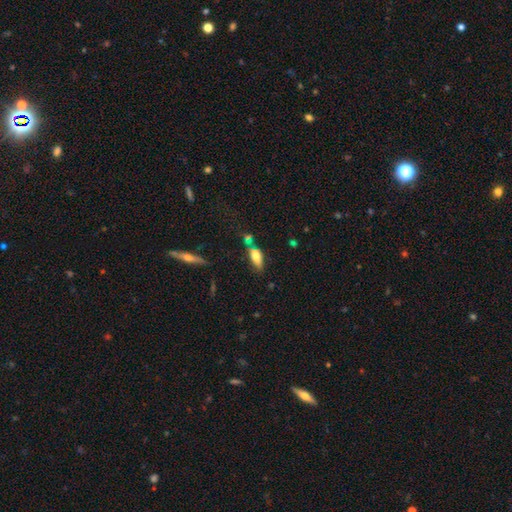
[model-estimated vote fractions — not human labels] Smooth or featured?
  - smooth: 70% *
  - featured or disk: 22%
  - star or artifact: 8%
How rounded?
  - in between: 75% *
  - cigar-shaped: 22%
  - round: 3%
Merging?
  - none: 51% *
  - merger: 23%
  - minor disturbance: 19%
  - major disturbance: 7%